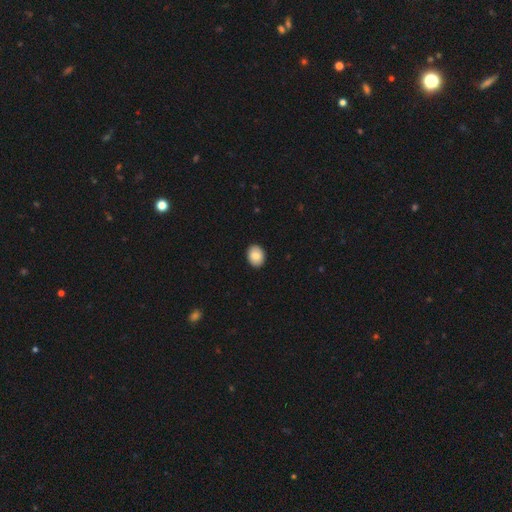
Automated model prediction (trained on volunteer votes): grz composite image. It shows a smooth galaxy with no disk features (84%) that is in between round and cigar-shaped (63%). Merging: none (91%).